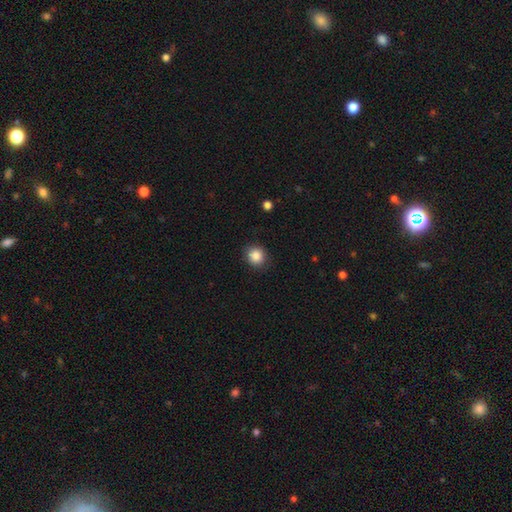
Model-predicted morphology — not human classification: The model was most divided on "how rounded": round: 85%, in between: 14%, cigar-shaped: 1%. More confident: merging — none (88%); smooth or featured — smooth (86%).